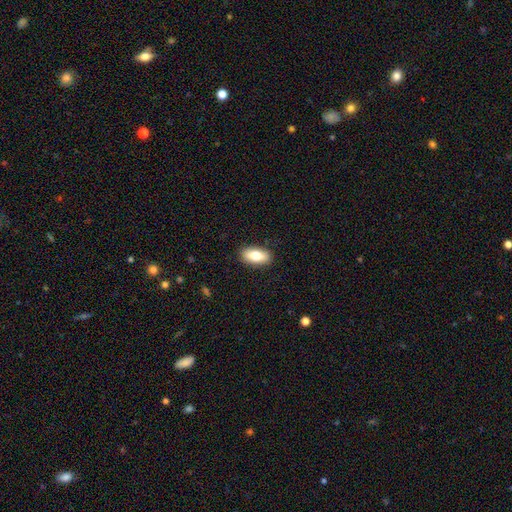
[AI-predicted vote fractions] smooth_or_featured: smooth (p=0.76) [alt: featured or disk p=0.17]
how_rounded: in between (p=0.88) [alt: cigar-shaped p=0.07]
merging: none (p=0.88) [alt: minor disturbance p=0.09]